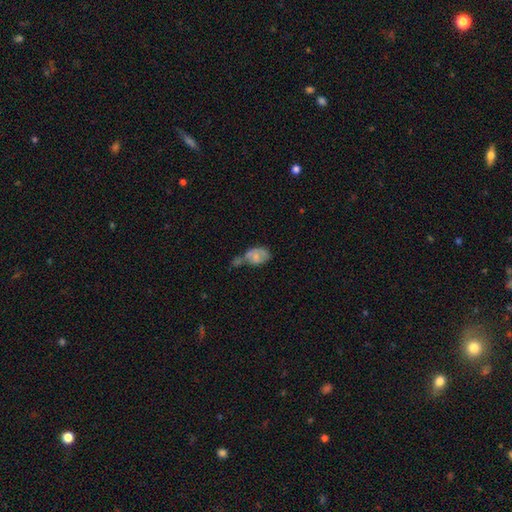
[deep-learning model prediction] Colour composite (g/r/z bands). It shows a smooth galaxy with no disk features (57%) that is in between round and cigar-shaped (82%). Merging: merger (41%).